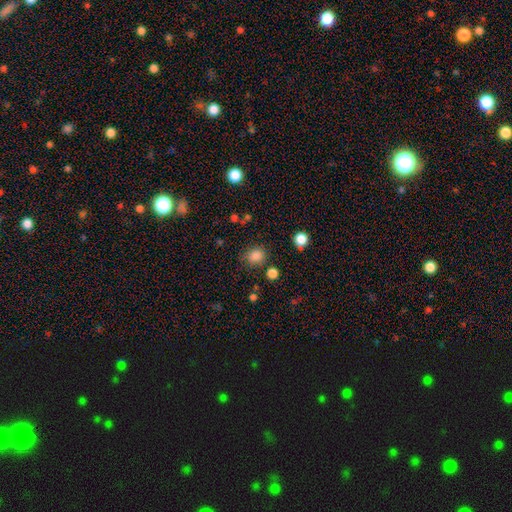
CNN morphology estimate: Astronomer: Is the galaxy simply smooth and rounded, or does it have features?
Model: smooth — 83%.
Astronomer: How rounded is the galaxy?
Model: round — 68%.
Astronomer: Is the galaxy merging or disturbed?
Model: none — 76%.